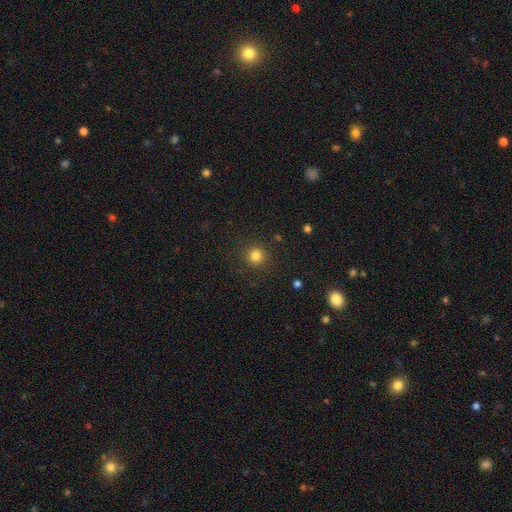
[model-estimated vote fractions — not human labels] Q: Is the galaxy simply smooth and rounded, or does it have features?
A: smooth — 82%.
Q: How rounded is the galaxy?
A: round — 94%.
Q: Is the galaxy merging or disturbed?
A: none — 89%.